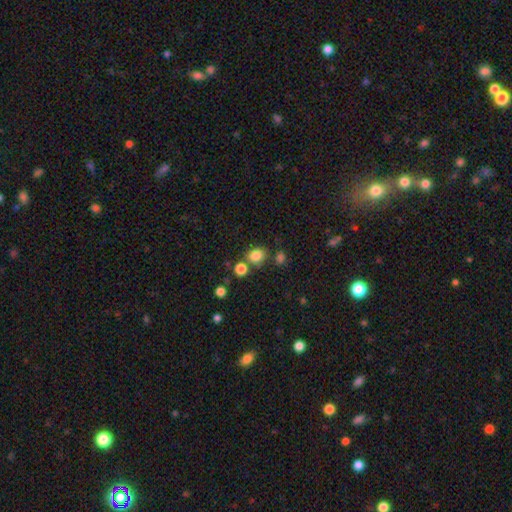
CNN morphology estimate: Smooth or featured: smooth — 82% (star or artifact — 13%)
How rounded: round — 62% (in between — 38%)
Merging: none — 72% (merger — 13%)